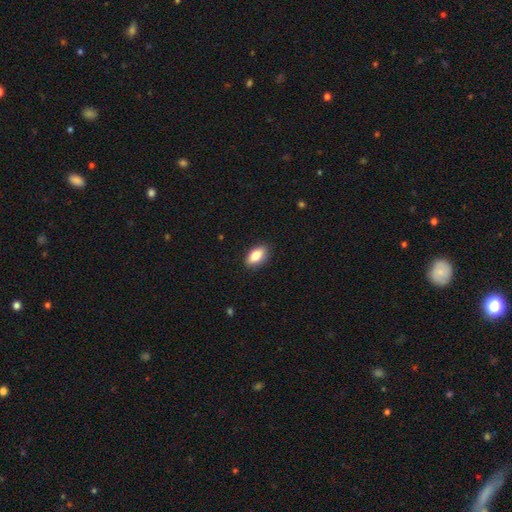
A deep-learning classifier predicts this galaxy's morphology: This appears to be a smooth galaxy with no disk features (80%) that is in between round and cigar-shaped (88%). Merging: none (87%).